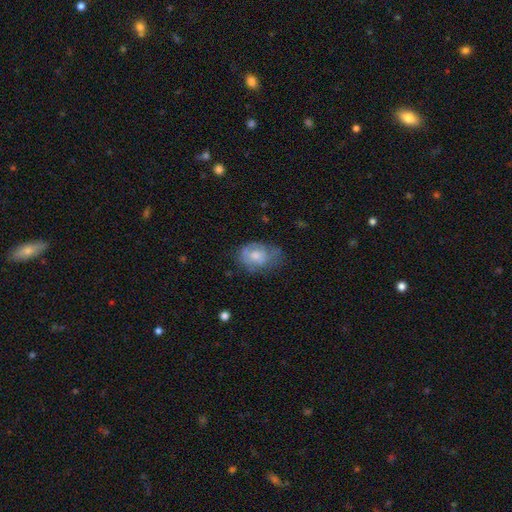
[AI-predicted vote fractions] The model was most divided on "merging": none: 51%, minor disturbance: 32%, major disturbance: 15%, merger: 2%. More confident: how rounded — in between (78%); smooth or featured — smooth (55%).